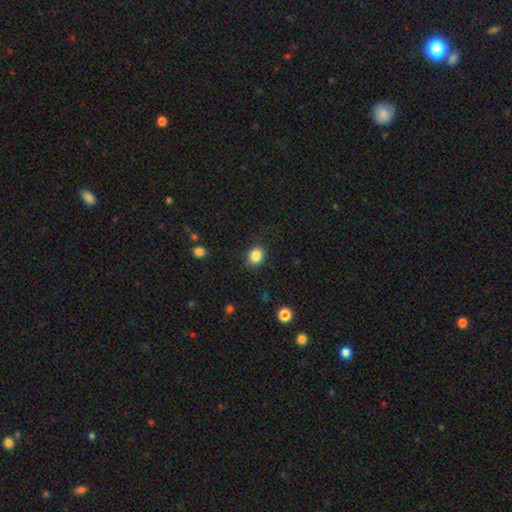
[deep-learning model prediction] A smooth galaxy with no disk features (86%) that is round (54%).

Vote fractions:
- Smooth or featured? smooth: 86% / star or artifact: 10% / featured or disk: 4%
- How rounded? round: 54% / in between: 45% / cigar-shaped: 1%
- Merging? none: 85% / minor disturbance: 10% / major disturbance: 3% / merger: 1%